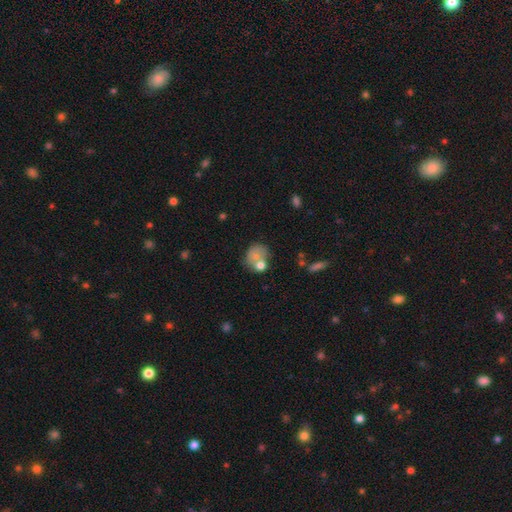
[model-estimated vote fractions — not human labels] A smooth galaxy with no disk features (67%) that is round (65%). Merging: none (37%).